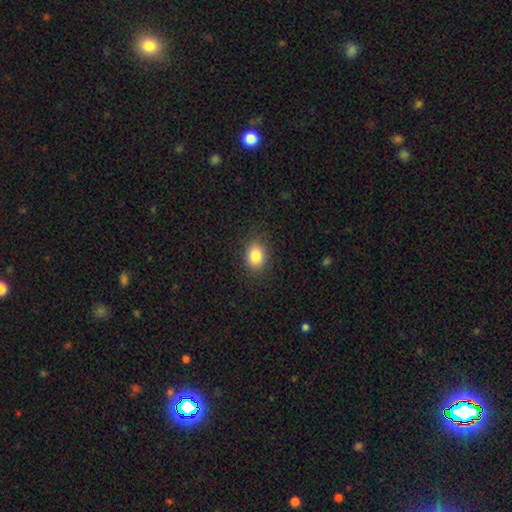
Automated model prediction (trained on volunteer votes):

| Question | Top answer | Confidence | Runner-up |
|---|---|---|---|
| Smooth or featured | smooth | 84% | star or artifact (10%) |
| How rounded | in between | 59% | round (40%) |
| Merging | none | 87% | minor disturbance (9%) |